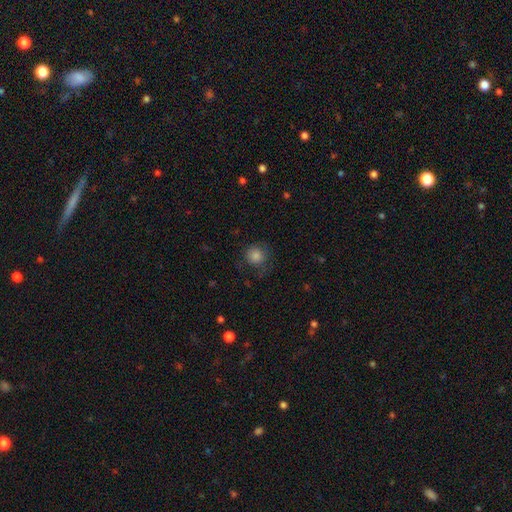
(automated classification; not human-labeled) Smooth or featured?
  - smooth: 78% *
  - star or artifact: 13%
  - featured or disk: 9%
How rounded?
  - round: 90% *
  - in between: 9%
  - cigar-shaped: 1%
Merging?
  - none: 71% *
  - minor disturbance: 18%
  - major disturbance: 10%
  - merger: 1%